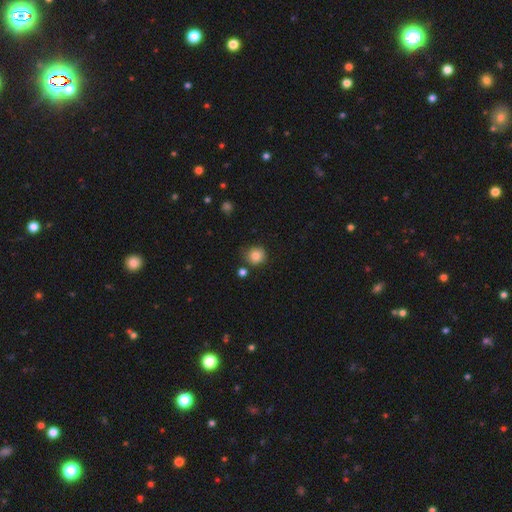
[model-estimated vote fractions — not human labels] Smooth or featured: smooth — 84% (star or artifact — 10%)
How rounded: round — 88% (in between — 11%)
Merging: none — 76% (minor disturbance — 15%)